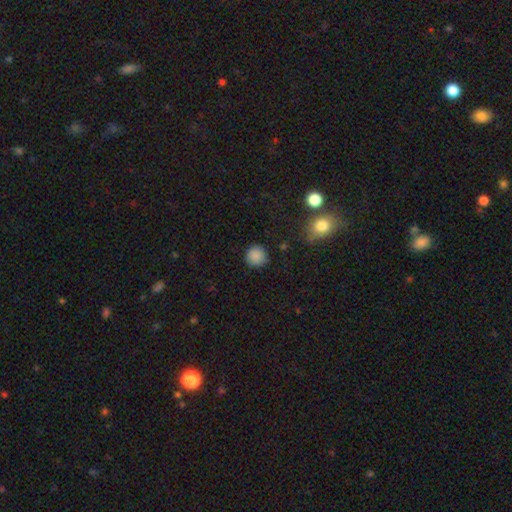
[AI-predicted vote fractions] Q: Smooth or featured?
A: smooth (87%); runner-up: star or artifact (10%)
Q: How rounded?
A: round (94%); runner-up: in between (5%)
Q: Merging?
A: none (88%); runner-up: minor disturbance (8%)